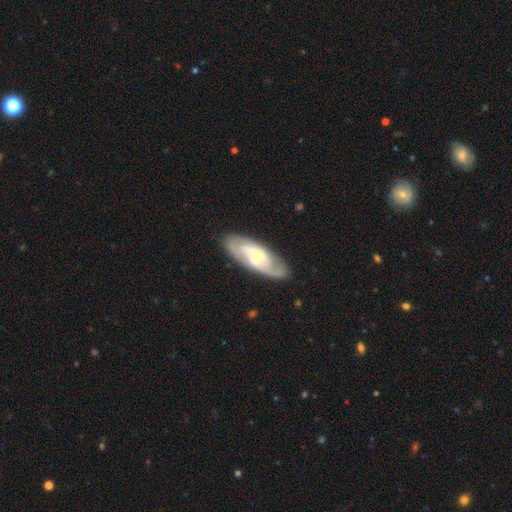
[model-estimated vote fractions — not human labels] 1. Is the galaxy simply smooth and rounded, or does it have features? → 71% featured or disk, 23% smooth, 6% star or artifact.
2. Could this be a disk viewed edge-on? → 89% no, 11% yes.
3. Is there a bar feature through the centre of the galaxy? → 48% weak, 35% no, 17% strong.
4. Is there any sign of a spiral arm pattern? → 91% yes, 9% no.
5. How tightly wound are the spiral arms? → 47% medium, 31% tight, 23% loose.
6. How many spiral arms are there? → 71% 2, 16% can't tell, 6% 3, 3% 1, 2% 4, 1% more than 4.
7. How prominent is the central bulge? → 38% small, 35% moderate, 15% none, 11% large, 2% dominant.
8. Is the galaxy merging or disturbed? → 79% none, 15% minor disturbance, 4% major disturbance, 2% merger.